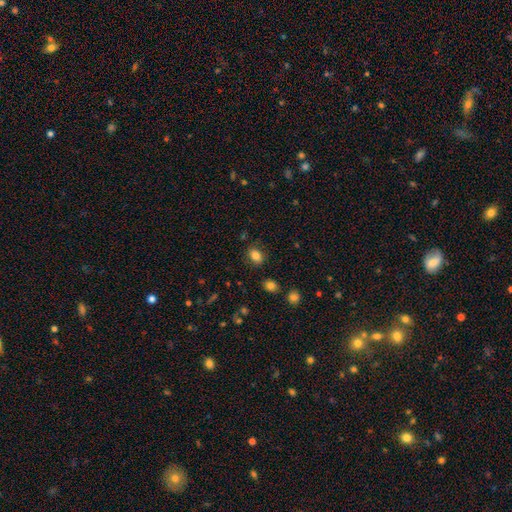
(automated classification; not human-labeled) Smooth or featured?
  - smooth: 83% *
  - star or artifact: 10%
  - featured or disk: 7%
How rounded?
  - in between: 76% *
  - round: 23%
  - cigar-shaped: 1%
Merging?
  - none: 82% *
  - minor disturbance: 12%
  - major disturbance: 3%
  - merger: 2%